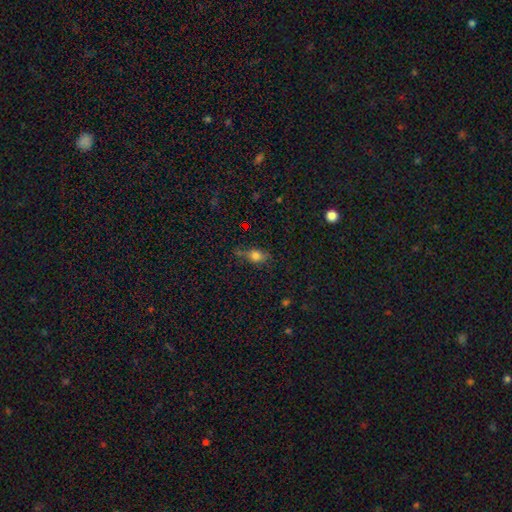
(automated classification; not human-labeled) Overall: smooth (73%). How rounded: in between (67%; round 27%). Merging: none (58%; minor disturbance 26%).